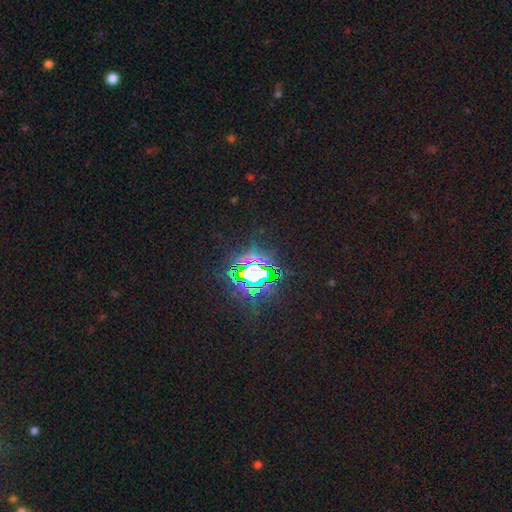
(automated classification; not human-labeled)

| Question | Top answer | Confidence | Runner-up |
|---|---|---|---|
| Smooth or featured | star or artifact | 82% | smooth (9%) |